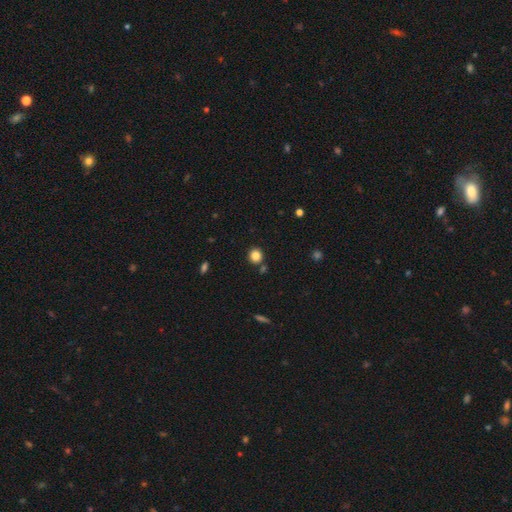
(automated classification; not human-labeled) Overall: smooth (83%). How rounded: round (87%). Merging: none (83%).